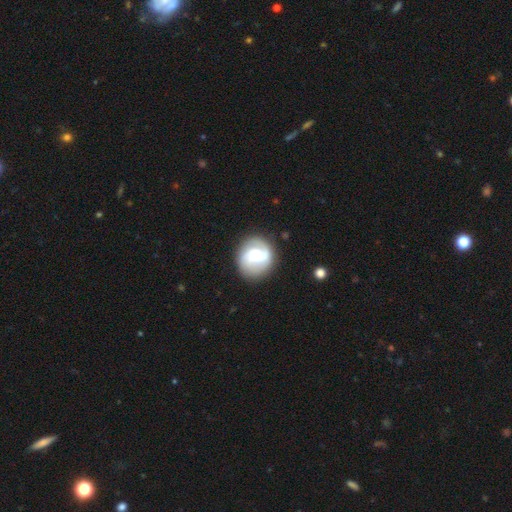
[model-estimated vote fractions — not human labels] Smooth or featured?
  - featured or disk: 69% *
  - smooth: 25%
  - star or artifact: 6%
Edge-on disk?
  - no: 98% *
  - yes: 2%
Bar?
  - weak: 47% *
  - no: 34%
  - strong: 19%
Spiral arms?
  - yes: 91% *
  - no: 9%
Spiral winding?
  - medium: 43% *
  - tight: 29%
  - loose: 28%
Spiral arm count?
  - 2: 77% *
  - can't tell: 9%
  - 3: 5%
  - 1: 5%
  - 4: 2%
  - more than 4: 2%
Bulge size?
  - moderate: 55% *
  - small: 29%
  - large: 12%
  - dominant: 2%
  - none: 2%
Merging?
  - none: 82% *
  - minor disturbance: 11%
  - major disturbance: 5%
  - merger: 1%